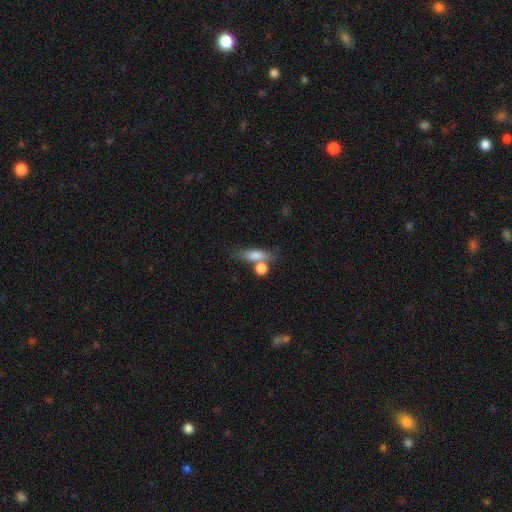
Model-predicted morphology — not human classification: smooth 74%, featured or disk 18%, star or artifact 8%. Down the decision tree: how rounded — in between (51%); merging — none (51%).